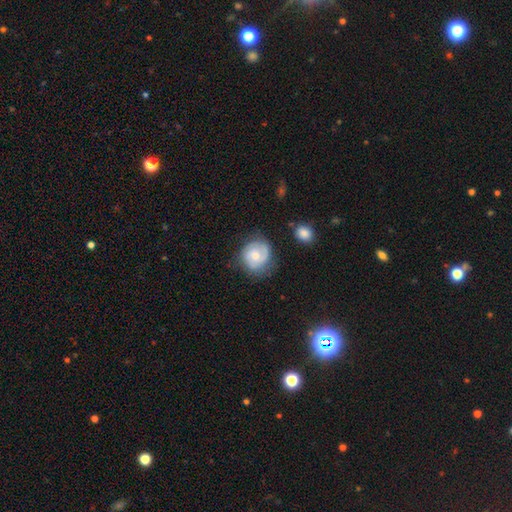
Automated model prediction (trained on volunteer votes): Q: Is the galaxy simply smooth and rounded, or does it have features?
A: featured or disk — 58%.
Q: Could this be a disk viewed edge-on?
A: no — 98%.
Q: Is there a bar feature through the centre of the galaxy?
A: no — 70%.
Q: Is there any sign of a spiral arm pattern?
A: yes — 85%.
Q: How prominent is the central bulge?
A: moderate — 60%.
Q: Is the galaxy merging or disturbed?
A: none — 69%.